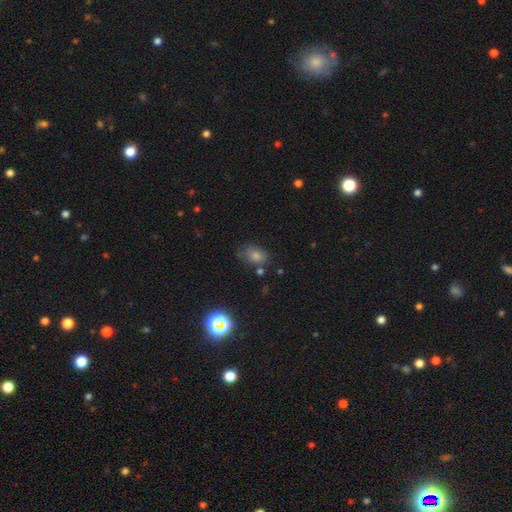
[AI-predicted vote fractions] Smooth or featured: smooth — 68% (star or artifact — 22%)
How rounded: in between — 70% (round — 29%)
Merging: none — 71% (minor disturbance — 19%)